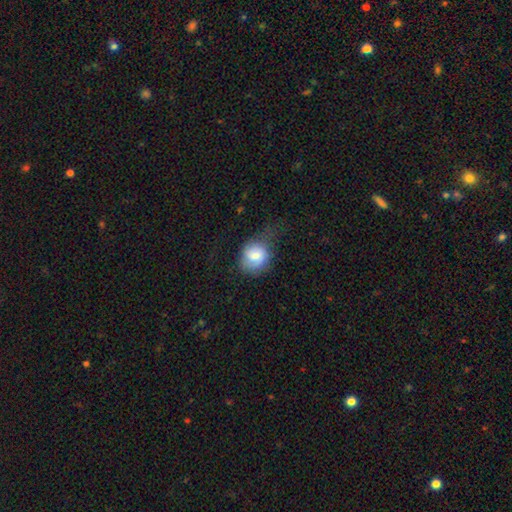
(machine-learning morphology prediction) The model was most divided on "merging": none: 41%, minor disturbance: 33%, major disturbance: 25%, merger: 2%. More confident: smooth or featured — smooth (73%); how rounded — round (69%).